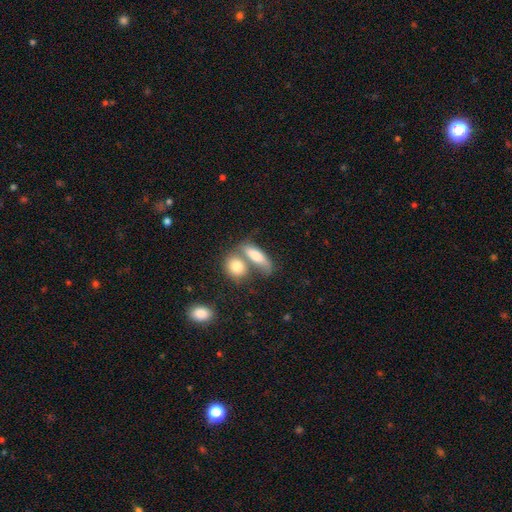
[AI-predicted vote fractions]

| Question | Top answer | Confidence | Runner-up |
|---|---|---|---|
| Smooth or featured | smooth | 78% | featured or disk (15%) |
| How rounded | in between | 69% | cigar-shaped (22%) |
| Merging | merger | 49% | none (34%) |